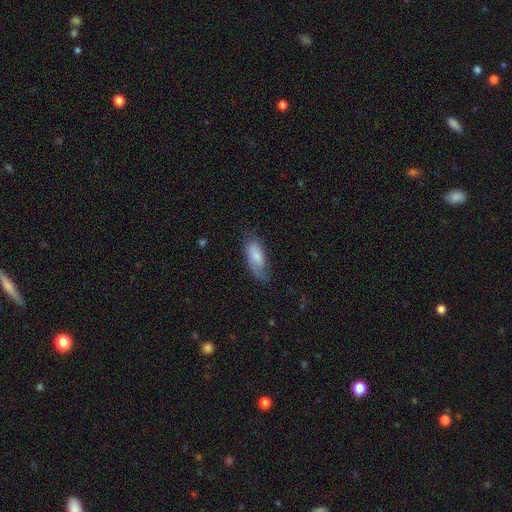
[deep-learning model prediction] Smooth or featured? Predicted: smooth (p=0.73). How rounded? Predicted: in between (p=0.84). Merging? Predicted: none (p=0.59).